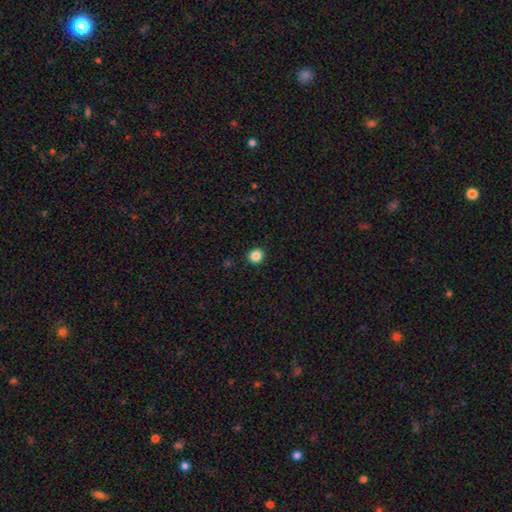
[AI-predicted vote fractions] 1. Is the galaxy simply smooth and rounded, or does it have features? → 86% smooth, 11% star or artifact, 3% featured or disk.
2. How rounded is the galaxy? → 89% round, 10% in between, 1% cigar-shaped.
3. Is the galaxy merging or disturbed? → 92% none, 5% minor disturbance, 2% major disturbance, 1% merger.